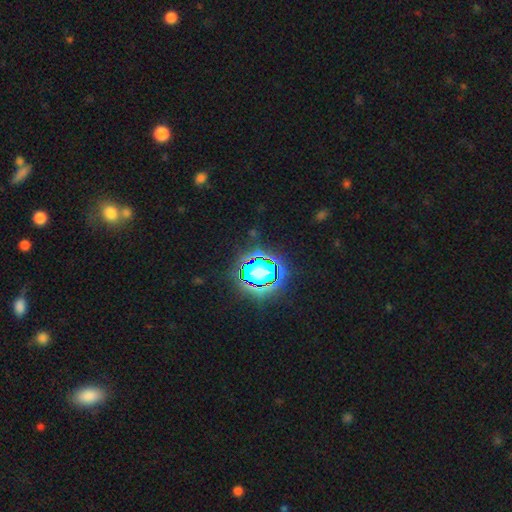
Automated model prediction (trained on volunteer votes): A star or artifact, not a galaxy (78%).